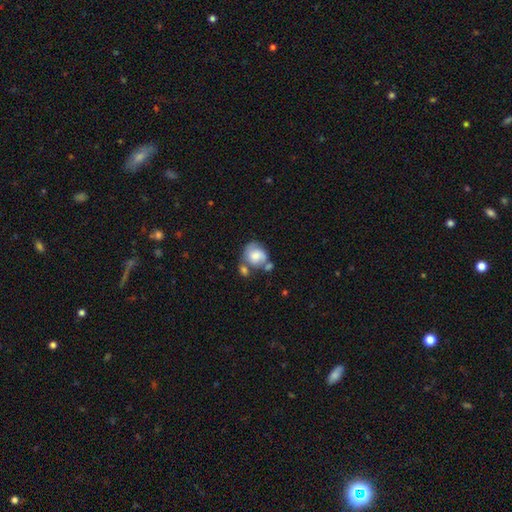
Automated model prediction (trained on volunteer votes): smooth-or-featured: smooth: 68% | featured or disk: 24% | star or artifact: 8%
  how-rounded: round: 59% | in between: 40% | cigar-shaped: 1%
  merging: none: 34% | merger: 32% | minor disturbance: 22% | major disturbance: 12%